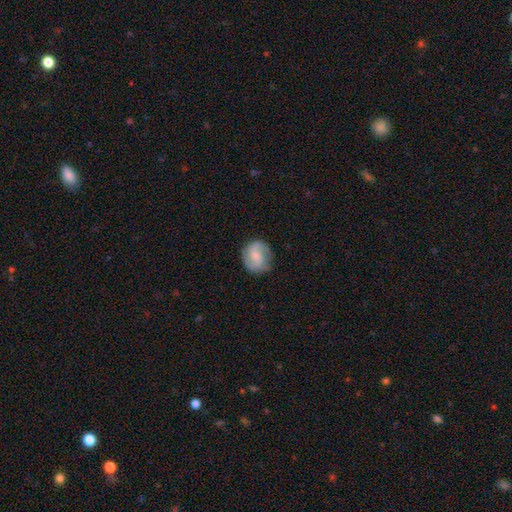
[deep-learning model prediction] Smooth or featured? Predicted: featured or disk (p=0.65). Edge-on disk? Predicted: no (p=0.98). Bar? Predicted: weak (p=0.46). Spiral arms? Predicted: yes (p=0.94). Spiral winding? Predicted: medium (p=0.51). Spiral arm count? Predicted: 2 (p=0.84). Bulge size? Predicted: small (p=0.36). Merging? Predicted: none (p=0.79).